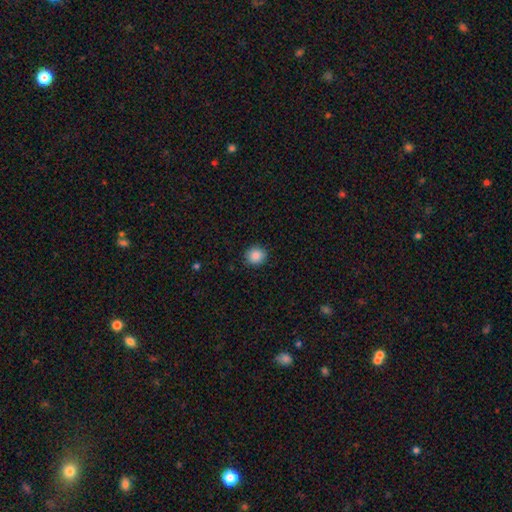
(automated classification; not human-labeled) Smooth or featured: smooth — 88% (star or artifact — 9%)
How rounded: round — 89% (in between — 10%)
Merging: none — 91% (minor disturbance — 6%)